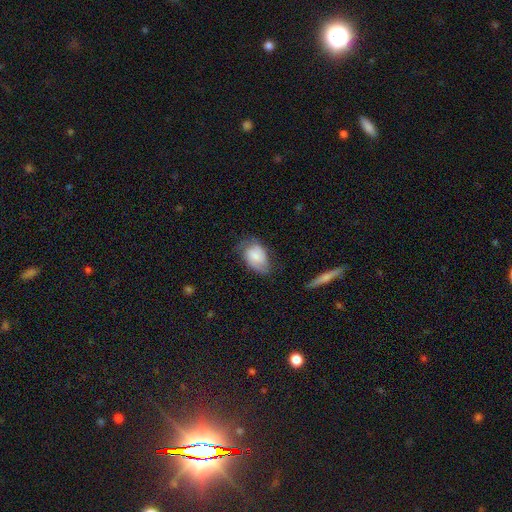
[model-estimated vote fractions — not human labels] This is possibly a smooth galaxy (49%). Merging: possibly none (54%).